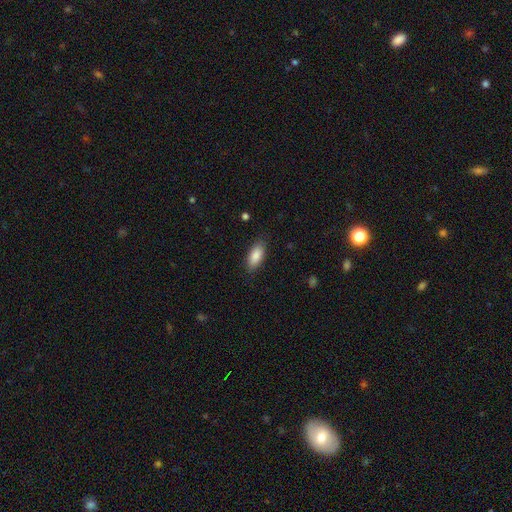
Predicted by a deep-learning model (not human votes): Smooth or featured?
  - smooth: 87% *
  - featured or disk: 7%
  - star or artifact: 6%
How rounded?
  - in between: 85% *
  - cigar-shaped: 13%
  - round: 2%
Merging?
  - none: 84% *
  - minor disturbance: 12%
  - major disturbance: 3%
  - merger: 1%